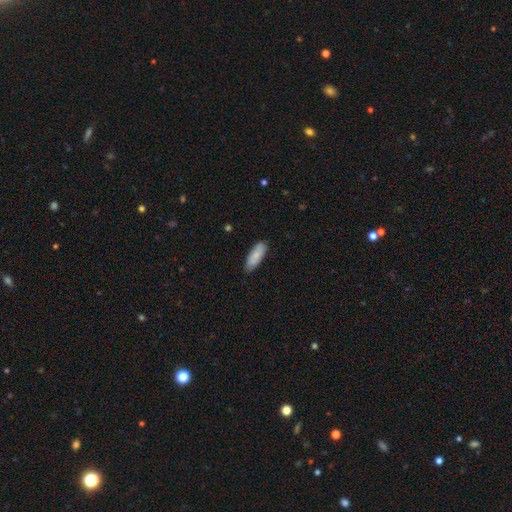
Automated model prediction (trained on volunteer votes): This appears to be a smooth galaxy with no disk features (83%) that is in between round and cigar-shaped (68%). Merging: none (85%).